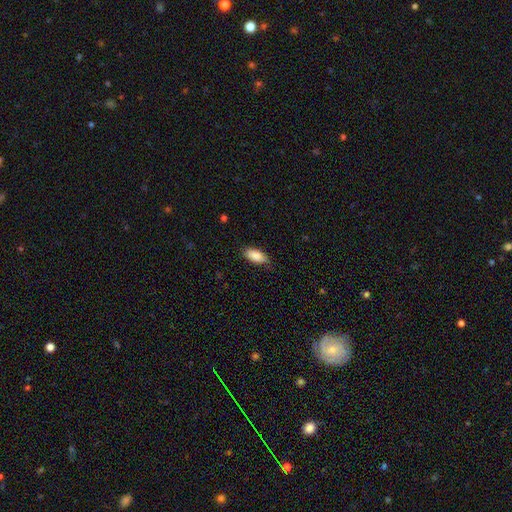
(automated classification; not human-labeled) Smooth or featured? smooth (87%)
How rounded? in between (88%)
Merging? none (79%)